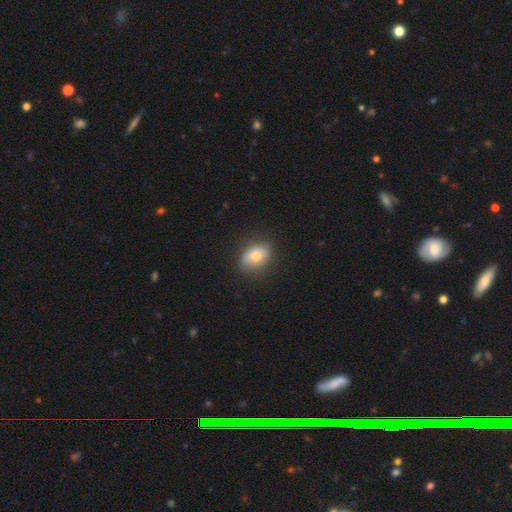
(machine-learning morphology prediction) smooth_or_featured: smooth (p=0.71) [alt: featured or disk p=0.20]
how_rounded: in between (p=0.75) [alt: round p=0.23]
merging: none (p=0.79) [alt: minor disturbance p=0.16]